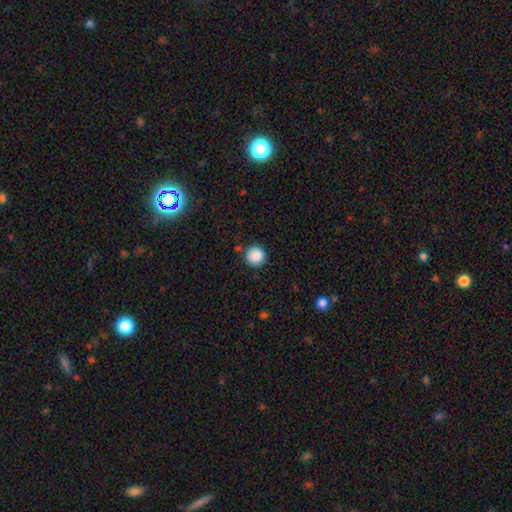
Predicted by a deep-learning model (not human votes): smooth_or_featured: smooth (p=0.87) [alt: star or artifact p=0.10]
how_rounded: round (p=0.95) [alt: in between p=0.04]
merging: none (p=0.87) [alt: minor disturbance p=0.08]